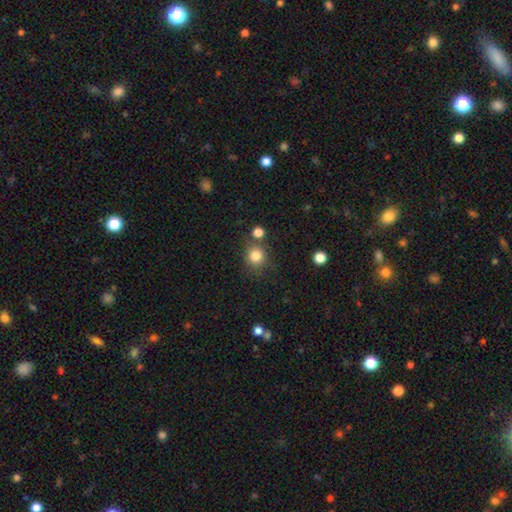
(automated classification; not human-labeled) This appears to be a smooth galaxy with no disk features (82%) that is round (88%). Merging: none (76%).